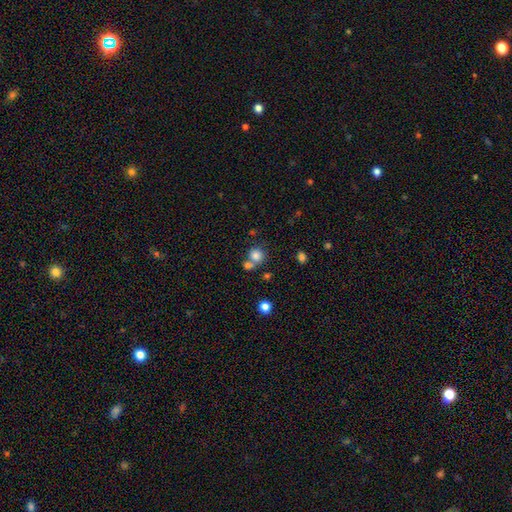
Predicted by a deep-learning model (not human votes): smooth-or-featured: smooth: 80% | star or artifact: 12% | featured or disk: 8%
  how-rounded: round: 86% | in between: 13% | cigar-shaped: 1%
  merging: none: 52% | merger: 36% | minor disturbance: 8% | major disturbance: 4%